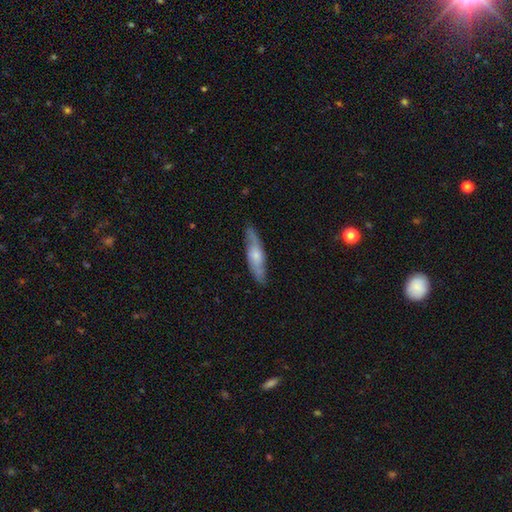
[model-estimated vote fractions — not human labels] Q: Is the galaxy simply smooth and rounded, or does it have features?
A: featured or disk — 54%.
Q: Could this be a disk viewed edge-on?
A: no — 56%.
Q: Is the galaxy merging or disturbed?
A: none — 81%.